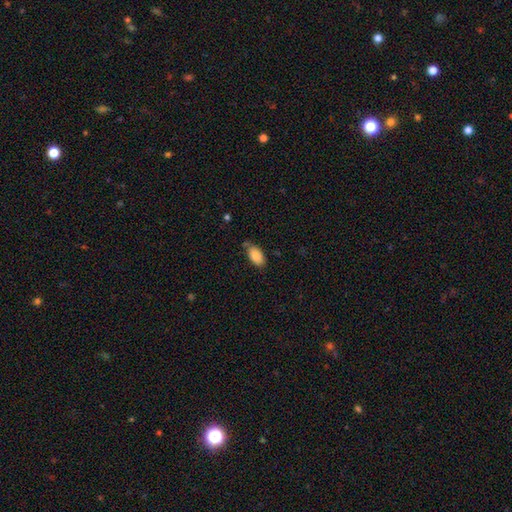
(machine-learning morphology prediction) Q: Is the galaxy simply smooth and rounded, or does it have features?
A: smooth — 85%.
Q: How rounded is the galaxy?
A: in between — 94%.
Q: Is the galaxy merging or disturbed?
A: none — 69%.